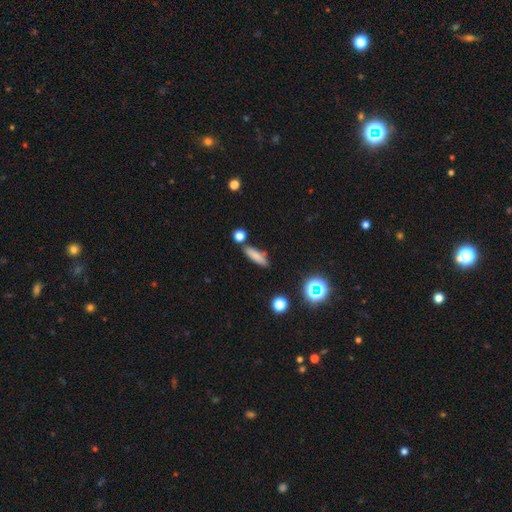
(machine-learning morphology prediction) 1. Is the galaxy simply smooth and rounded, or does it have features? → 79% smooth, 11% star or artifact, 10% featured or disk.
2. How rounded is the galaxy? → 63% cigar-shaped, 33% in between, 4% round.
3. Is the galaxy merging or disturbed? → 78% none, 12% minor disturbance, 7% merger, 3% major disturbance.